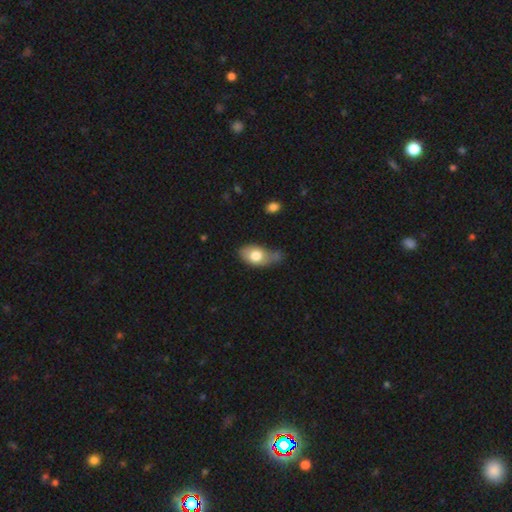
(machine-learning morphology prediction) A smooth galaxy with no disk features (73%) that is in between round and cigar-shaped (87%).

Vote fractions:
- Smooth or featured? smooth: 73% / featured or disk: 20% / star or artifact: 7%
- How rounded? in between: 87% / round: 10% / cigar-shaped: 3%
- Merging? minor disturbance: 39% / none: 35% / major disturbance: 16% / merger: 10%